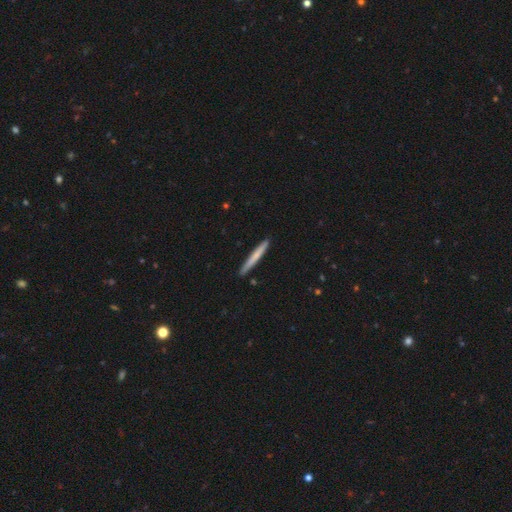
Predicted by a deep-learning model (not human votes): Smooth or featured: smooth — 67% (featured or disk — 28%)
How rounded: cigar-shaped — 97% (in between — 2%)
Merging: none — 90% (minor disturbance — 7%)